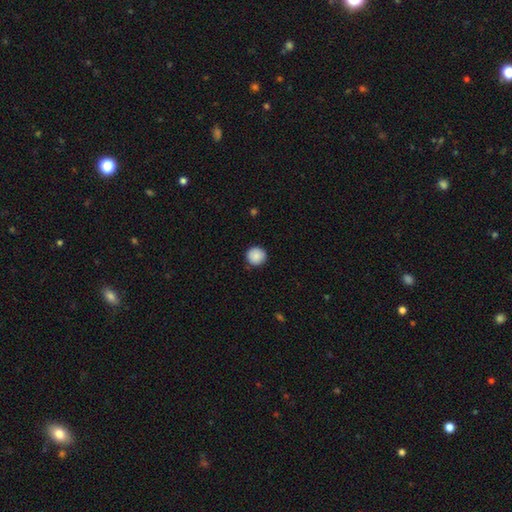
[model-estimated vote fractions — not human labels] Q: Smooth or featured?
A: smooth (88%); runner-up: star or artifact (8%)
Q: How rounded?
A: round (94%); runner-up: in between (5%)
Q: Merging?
A: none (90%); runner-up: minor disturbance (7%)